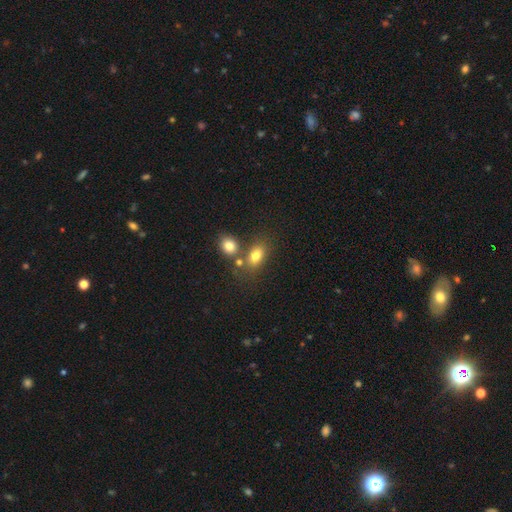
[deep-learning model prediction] Q: Smooth or featured?
A: smooth (77%); runner-up: star or artifact (11%)
Q: How rounded?
A: in between (75%); runner-up: round (23%)
Q: Merging?
A: none (55%); runner-up: merger (29%)